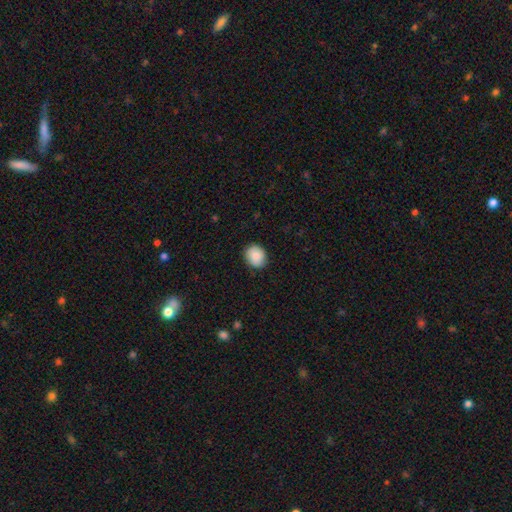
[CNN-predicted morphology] Smooth or featured? smooth (85%)
How rounded? round (68%)
Merging? none (86%)